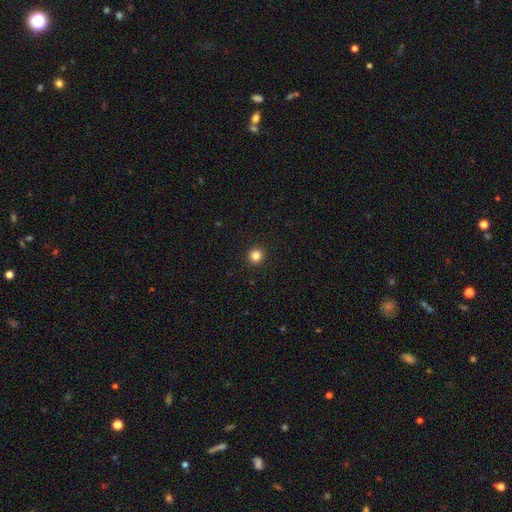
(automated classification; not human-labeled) A smooth galaxy with no disk features (84%) that is round (96%).

Vote fractions:
- Smooth or featured? smooth: 84% / star or artifact: 12% / featured or disk: 4%
- How rounded? round: 96% / in between: 3% / cigar-shaped: 1%
- Merging? none: 94% / minor disturbance: 4% / major disturbance: 1% / merger: 1%